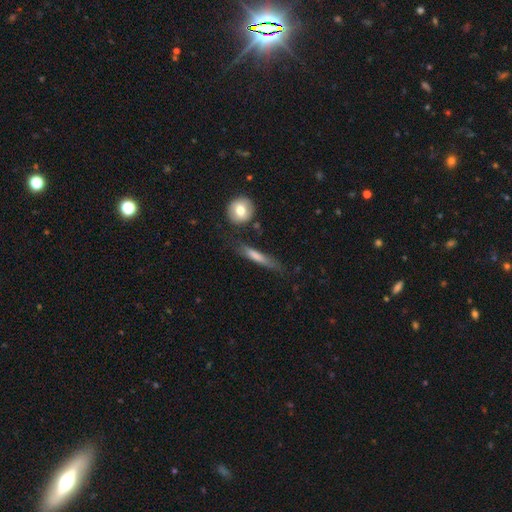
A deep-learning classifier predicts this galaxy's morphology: Q: Smooth or featured?
A: smooth (64%); runner-up: featured or disk (29%)
Q: How rounded?
A: cigar-shaped (83%); runner-up: in between (12%)
Q: Merging?
A: none (65%); runner-up: minor disturbance (22%)